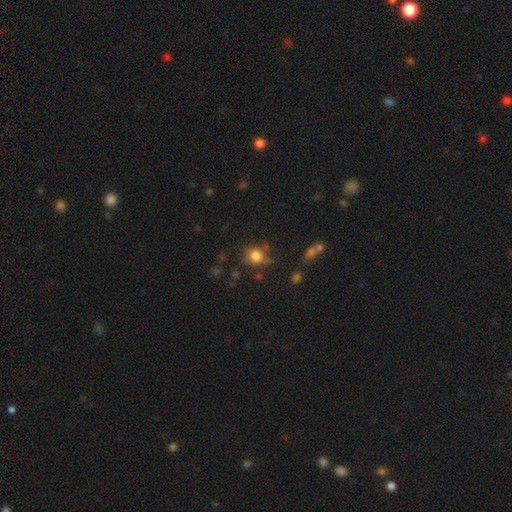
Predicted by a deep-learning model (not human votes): smooth 80%, star or artifact 12%, featured or disk 8%. Down the decision tree: how rounded — round (81%); merging — none (66%).